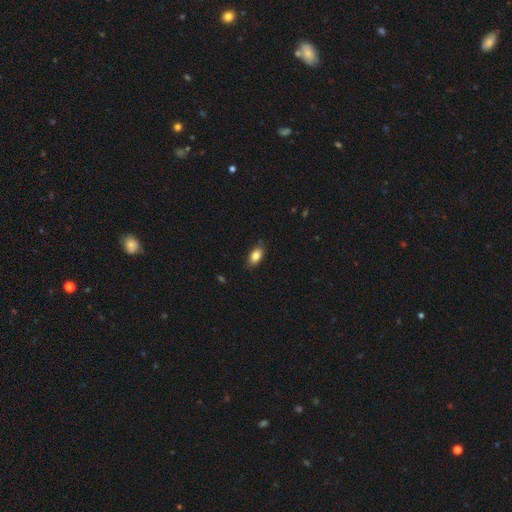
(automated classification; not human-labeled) The model was most divided on "merging": none: 80%, minor disturbance: 16%, major disturbance: 3%, merger: 1%. More confident: how rounded — in between (90%); smooth or featured — smooth (84%).